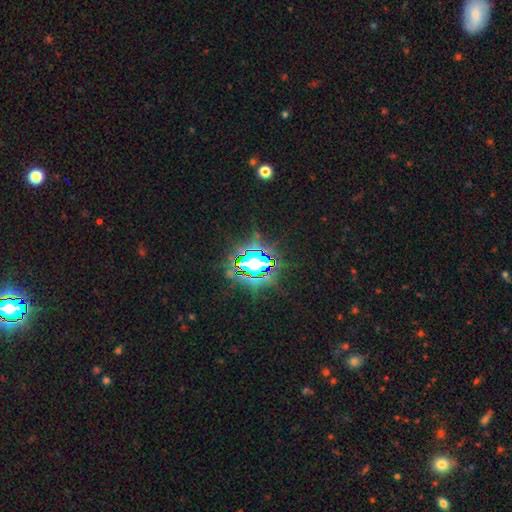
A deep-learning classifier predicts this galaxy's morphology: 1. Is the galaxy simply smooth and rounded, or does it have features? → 82% star or artifact, 11% smooth, 7% featured or disk.